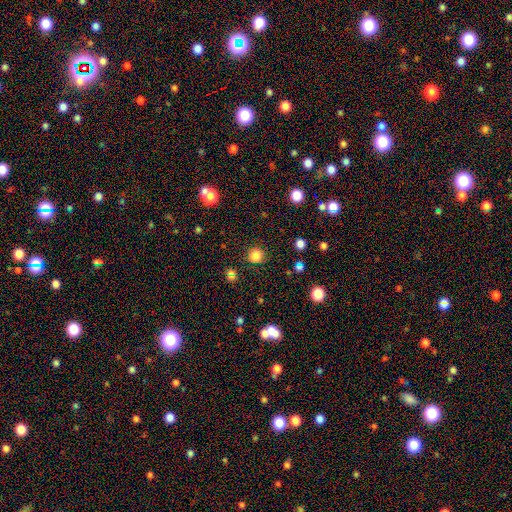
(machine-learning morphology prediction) Overall: smooth (81%). How rounded: round (94%). Merging: none (89%).